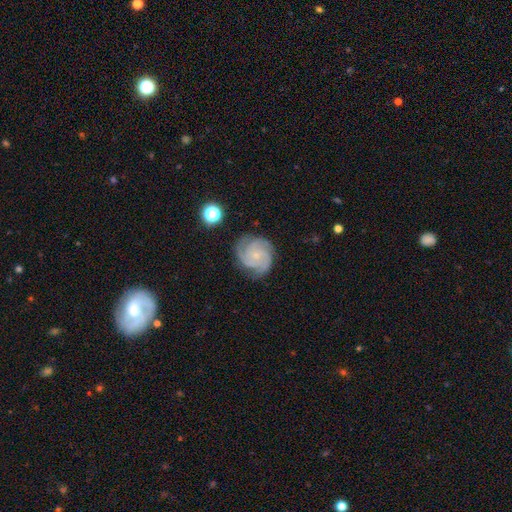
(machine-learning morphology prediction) smooth-or-featured: featured or disk: 89% | smooth: 6% | star or artifact: 5%
  disk-edge-on: no: 98% | yes: 2%
    bar: no: 79% | weak: 18% | strong: 4%
    has-spiral-arms: yes: 98% | no: 2%
      spiral-winding: tight: 69% | medium: 28% | loose: 3%
      spiral-arm-count: 3: 58% | 4: 19% | 2: 8% | can't tell: 7% | more than 4: 4% | 1: 4%
    bulge-size: small: 81% | moderate: 13% | none: 4% | large: 1% | dominant: 1%
  merging: none: 78% | minor disturbance: 16% | major disturbance: 4% | merger: 1%